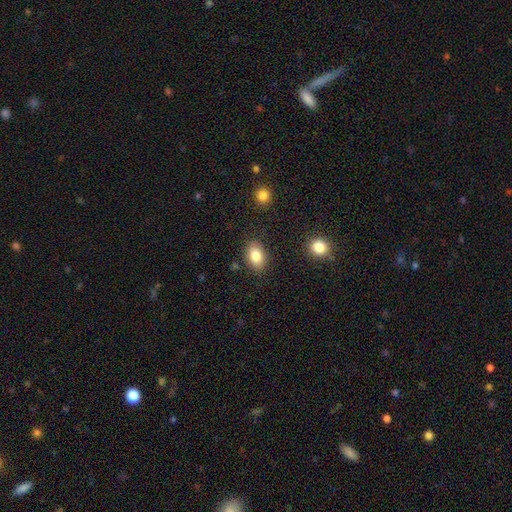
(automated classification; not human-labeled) Smooth or featured? Predicted: smooth (p=0.84). How rounded? Predicted: in between (p=0.86). Merging? Predicted: none (p=0.85).